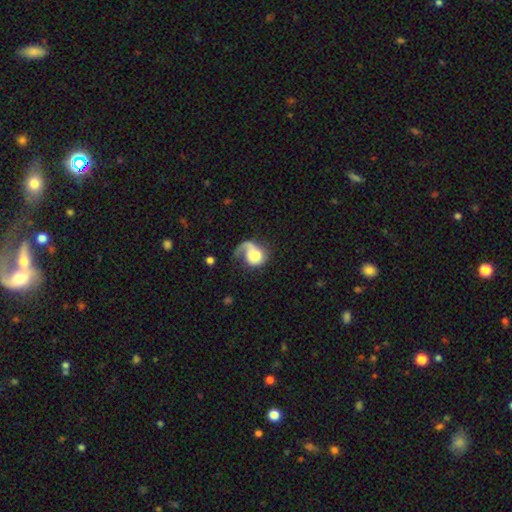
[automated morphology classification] Smooth or featured? Predicted: featured or disk (p=0.57). Edge-on disk? Predicted: no (p=0.97). Bar? Predicted: no (p=0.78). Spiral arms? Predicted: yes (p=0.83). Bulge size? Predicted: moderate (p=0.50). Merging? Predicted: major disturbance (p=0.46).